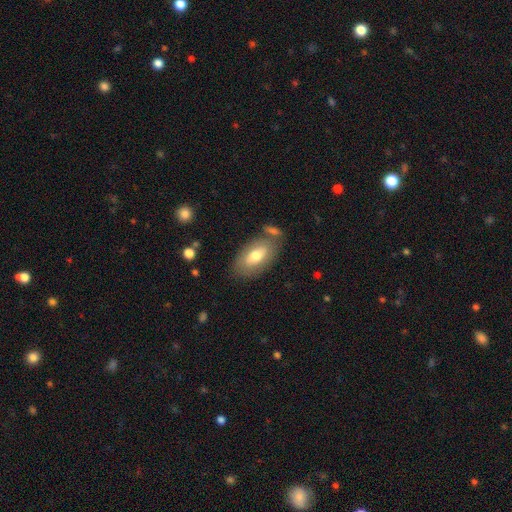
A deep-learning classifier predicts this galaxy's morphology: smooth-or-featured: smooth: 68% | featured or disk: 26% | star or artifact: 6%
  how-rounded: in between: 92% | cigar-shaped: 4% | round: 4%
  merging: none: 69% | minor disturbance: 15% | merger: 11% | major disturbance: 5%